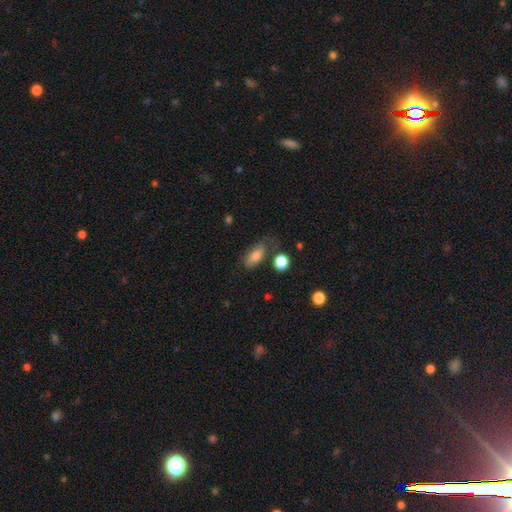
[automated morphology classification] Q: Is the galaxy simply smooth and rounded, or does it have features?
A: smooth — 80%.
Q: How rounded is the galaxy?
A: in between — 81%.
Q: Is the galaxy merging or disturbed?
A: none — 58%.